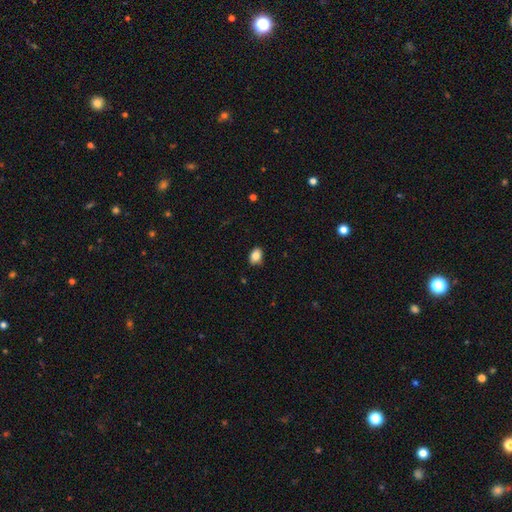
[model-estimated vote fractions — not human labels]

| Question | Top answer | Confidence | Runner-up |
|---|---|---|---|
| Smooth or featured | smooth | 85% | star or artifact (9%) |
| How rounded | in between | 81% | round (18%) |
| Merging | none | 81% | minor disturbance (15%) |